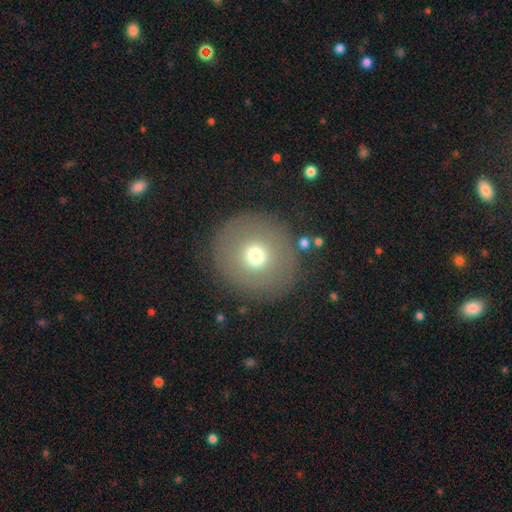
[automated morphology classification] smooth_or_featured: smooth (p=0.66) [alt: featured or disk p=0.22]
how_rounded: round (p=0.92) [alt: in between p=0.07]
merging: none (p=0.85) [alt: minor disturbance p=0.08]